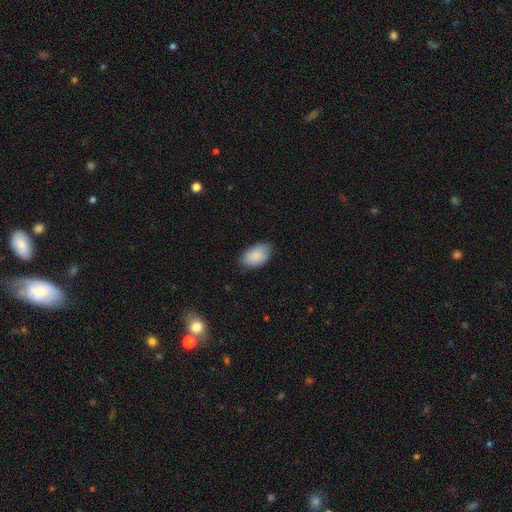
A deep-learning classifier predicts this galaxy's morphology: A smooth galaxy with no disk features (87%) that is in between round and cigar-shaped (92%).

Vote fractions:
- Smooth or featured? smooth: 87% / featured or disk: 6% / star or artifact: 6%
- How rounded? in between: 92% / round: 7% / cigar-shaped: 1%
- Merging? none: 74% / minor disturbance: 22% / major disturbance: 4% / merger: 1%